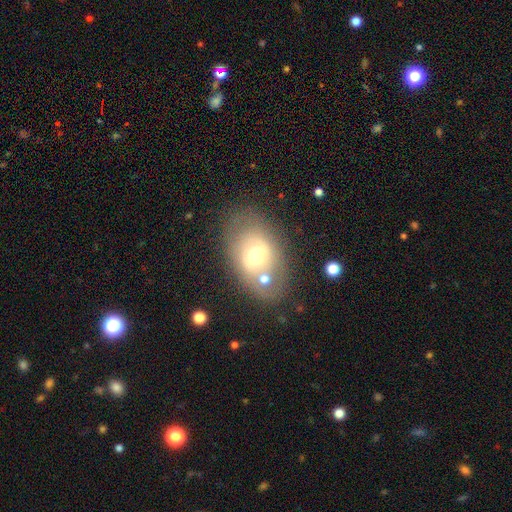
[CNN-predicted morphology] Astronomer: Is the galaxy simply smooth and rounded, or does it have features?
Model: smooth — 45%, tied with featured or disk at 45%.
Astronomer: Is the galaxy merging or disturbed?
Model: none — 61%.